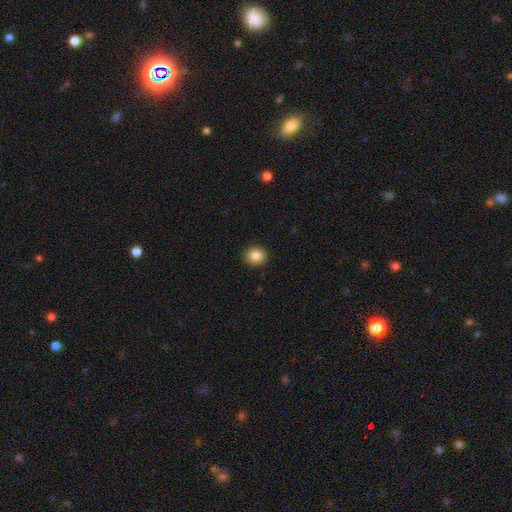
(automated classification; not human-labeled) Morphology: type=smooth (85%); roundness=round (85%); merging=none (92%).